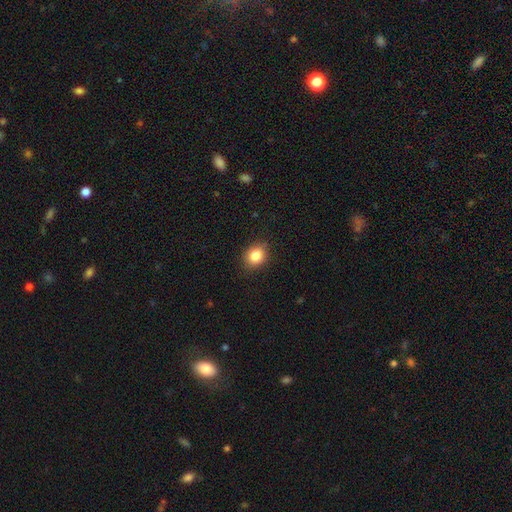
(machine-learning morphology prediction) A smooth galaxy with no disk features (84%) that is round (60%).

Vote fractions:
- Smooth or featured? smooth: 84% / star or artifact: 10% / featured or disk: 6%
- How rounded? round: 60% / in between: 39% / cigar-shaped: 1%
- Merging? none: 87% / minor disturbance: 10% / major disturbance: 2% / merger: 1%